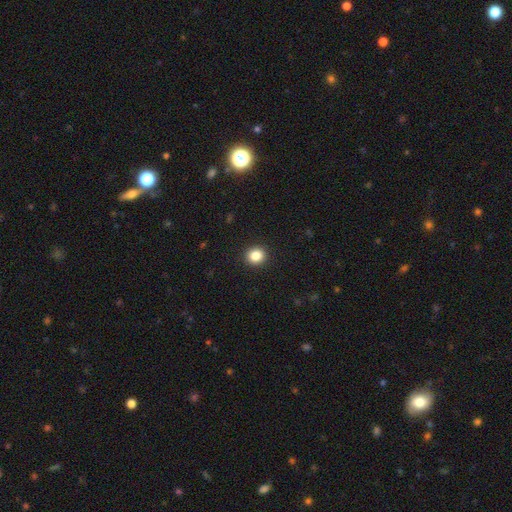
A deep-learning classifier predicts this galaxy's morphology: A smooth galaxy with no disk features (85%) that is round (83%).

Vote fractions:
- Smooth or featured? smooth: 85% / star or artifact: 10% / featured or disk: 4%
- How rounded? round: 83% / in between: 16% / cigar-shaped: 1%
- Merging? none: 92% / minor disturbance: 5% / major disturbance: 2% / merger: 1%